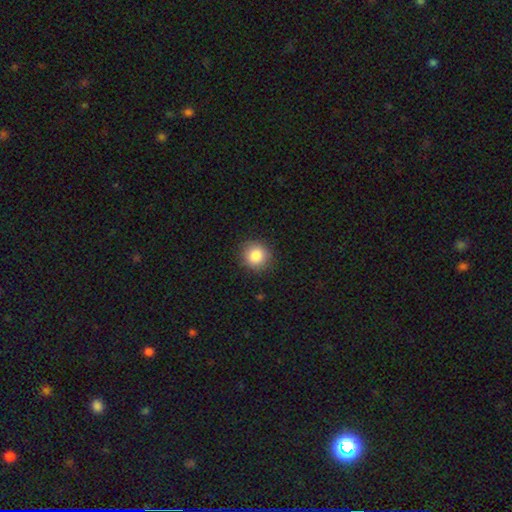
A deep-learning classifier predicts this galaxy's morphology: smooth 86%, star or artifact 9%, featured or disk 5%. Down the decision tree: how rounded — round (91%); merging — none (90%).